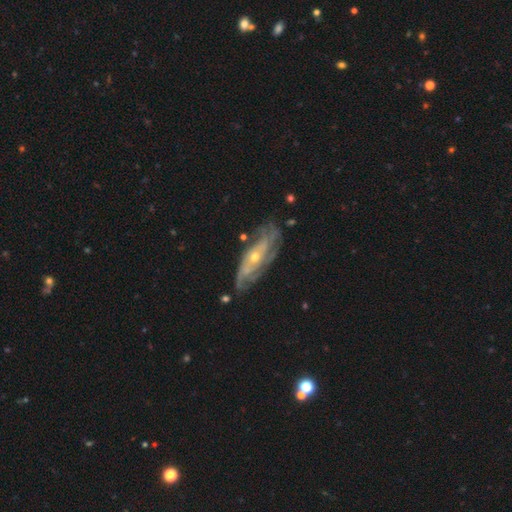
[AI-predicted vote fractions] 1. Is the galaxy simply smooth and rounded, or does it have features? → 75% featured or disk, 15% smooth, 10% star or artifact.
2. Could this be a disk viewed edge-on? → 71% no, 29% yes.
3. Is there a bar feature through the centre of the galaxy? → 61% no, 28% weak, 11% strong.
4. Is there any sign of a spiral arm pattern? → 82% yes, 18% no.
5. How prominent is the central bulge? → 57% small, 40% moderate, 1% large, 1% none, 1% dominant.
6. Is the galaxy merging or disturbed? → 77% none, 16% minor disturbance, 4% major disturbance, 2% merger.